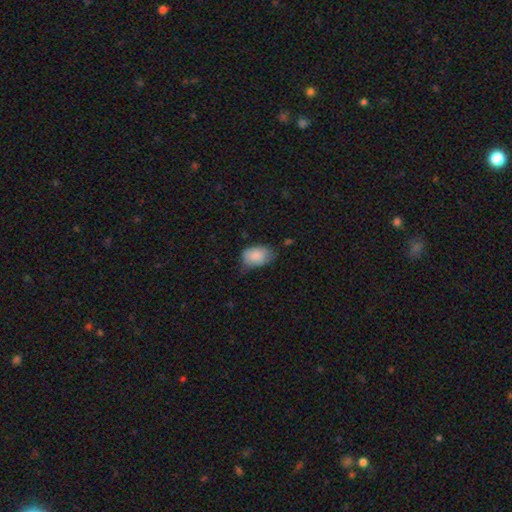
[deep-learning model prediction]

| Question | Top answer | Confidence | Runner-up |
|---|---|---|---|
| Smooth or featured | smooth | 85% | featured or disk (8%) |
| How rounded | in between | 86% | round (13%) |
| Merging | none | 52% | minor disturbance (38%) |